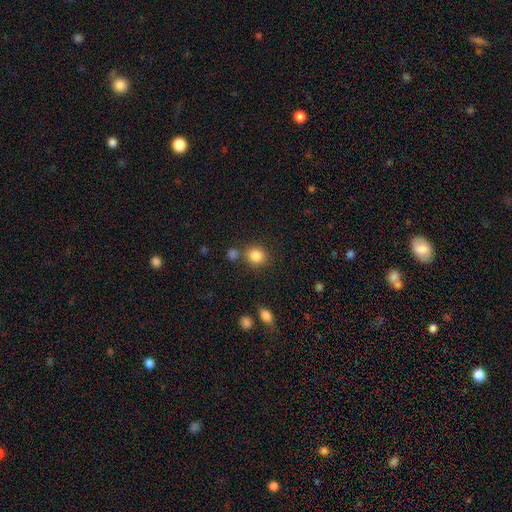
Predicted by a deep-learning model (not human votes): Smooth or featured?
  - smooth: 85% *
  - star or artifact: 10%
  - featured or disk: 5%
How rounded?
  - round: 81% *
  - in between: 18%
  - cigar-shaped: 1%
Merging?
  - none: 74% *
  - merger: 12%
  - minor disturbance: 10%
  - major disturbance: 4%